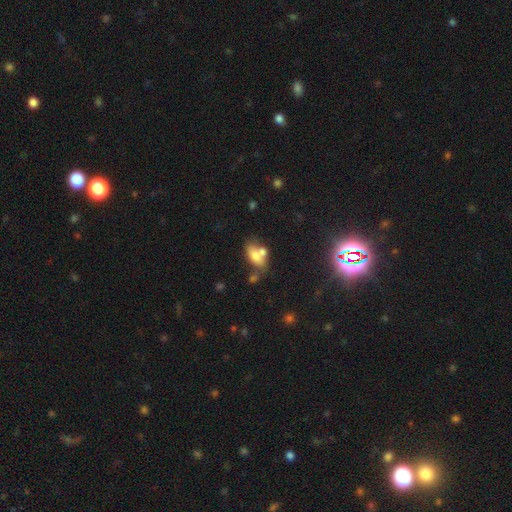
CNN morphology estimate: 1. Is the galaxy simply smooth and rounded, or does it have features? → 68% smooth, 22% featured or disk, 10% star or artifact.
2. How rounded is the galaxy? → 86% in between, 8% round, 5% cigar-shaped.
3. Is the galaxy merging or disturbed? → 40% merger, 37% none, 16% minor disturbance, 8% major disturbance.